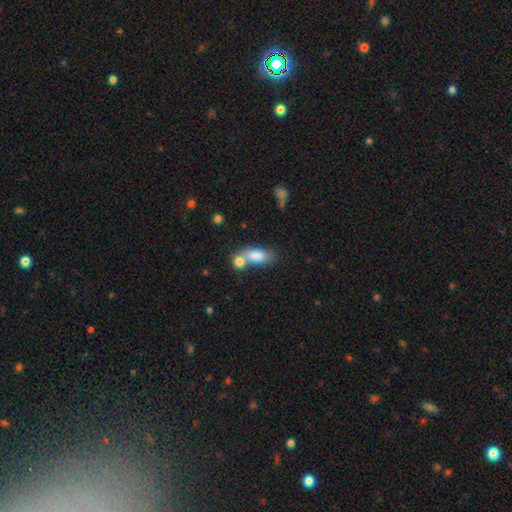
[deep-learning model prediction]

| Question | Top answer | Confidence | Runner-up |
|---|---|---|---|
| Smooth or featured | smooth | 82% | featured or disk (11%) |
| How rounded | in between | 83% | cigar-shaped (11%) |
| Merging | merger | 48% | none (36%) |